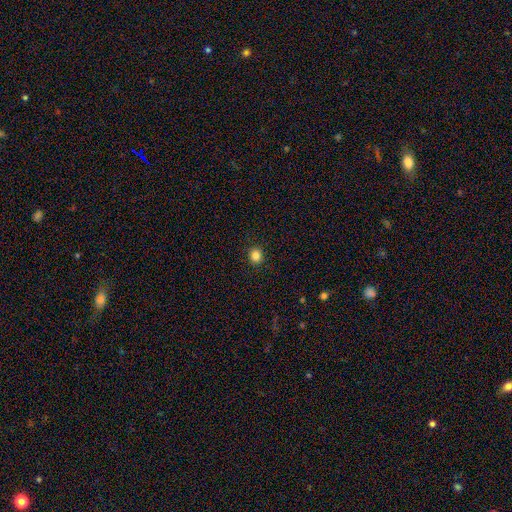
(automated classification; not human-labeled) Morphology: type=smooth (84%); roundness=round (87%); merging=none (92%).